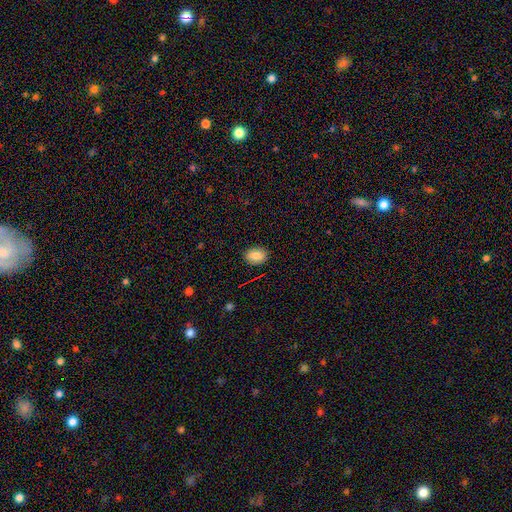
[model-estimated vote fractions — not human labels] smooth_or_featured: smooth (p=0.84) [alt: star or artifact p=0.09]
how_rounded: in between (p=0.67) [alt: round p=0.32]
merging: none (p=0.88) [alt: minor disturbance p=0.09]